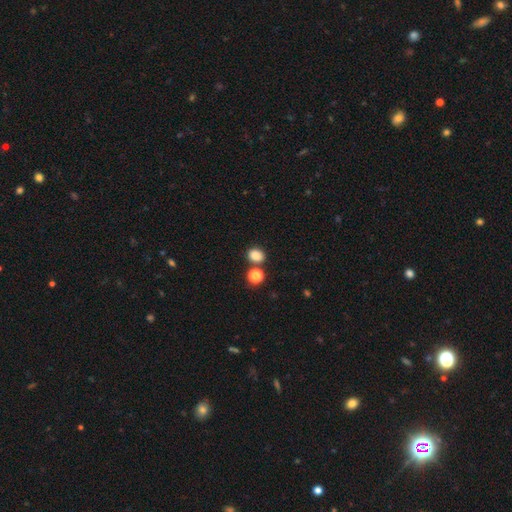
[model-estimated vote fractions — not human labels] smooth_or_featured: smooth (p=0.84) [alt: star or artifact p=0.12]
how_rounded: round (p=0.54) [alt: in between p=0.45]
merging: none (p=0.73) [alt: merger p=0.14]